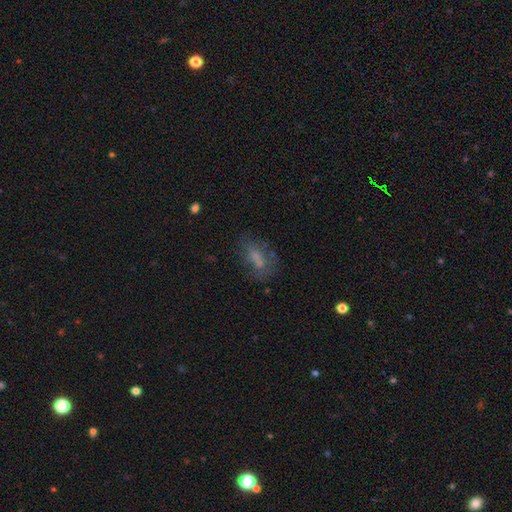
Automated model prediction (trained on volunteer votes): A smooth galaxy with no disk features (53%) that is in between round and cigar-shaped (79%).

Vote fractions:
- Smooth or featured? smooth: 53% / featured or disk: 32% / star or artifact: 15%
- How rounded? in between: 79% / round: 12% / cigar-shaped: 8%
- Merging? none: 51% / minor disturbance: 21% / major disturbance: 18% / merger: 9%